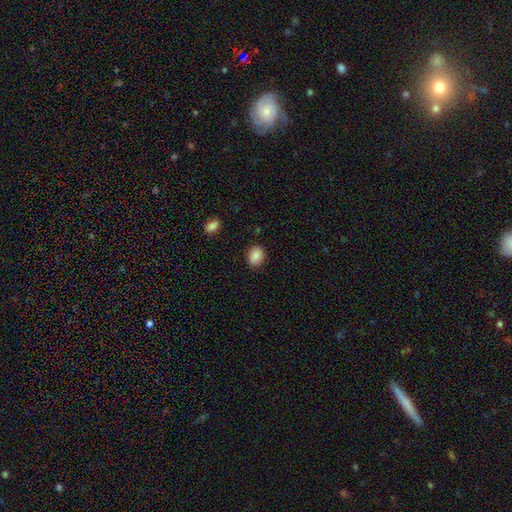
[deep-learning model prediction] smooth_or_featured: smooth (p=0.86) [alt: star or artifact p=0.08]
how_rounded: in between (p=0.59) [alt: round p=0.40]
merging: none (p=0.86) [alt: minor disturbance p=0.10]